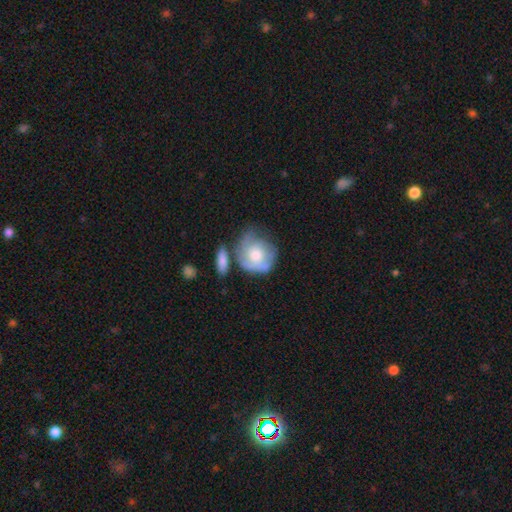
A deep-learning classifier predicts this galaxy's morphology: Smooth or featured? smooth (54%)
How rounded? round (75%)
Merging? none (39%)